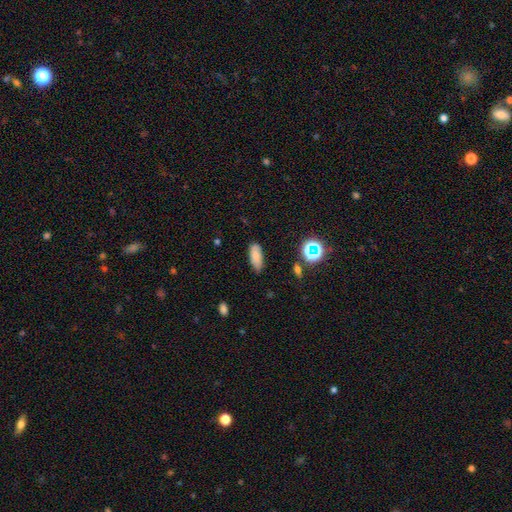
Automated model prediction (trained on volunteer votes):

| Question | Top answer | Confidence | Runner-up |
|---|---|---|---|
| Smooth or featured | smooth | 78% | star or artifact (11%) |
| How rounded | in between | 77% | cigar-shaped (20%) |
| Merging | none | 79% | minor disturbance (16%) |